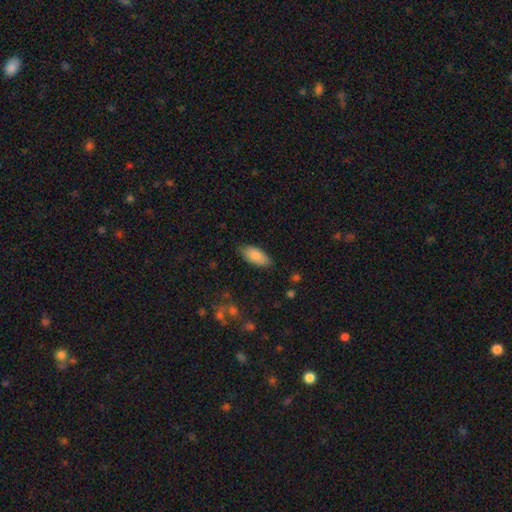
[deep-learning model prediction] Smooth or featured? smooth (85%)
How rounded? in between (90%)
Merging? none (78%)